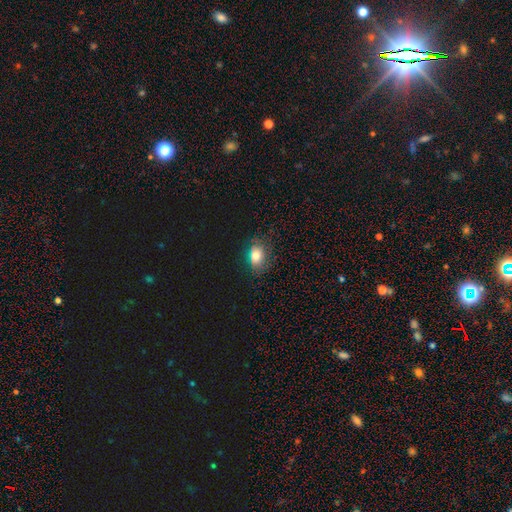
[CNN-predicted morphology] smooth_or_featured: smooth (p=0.75) [alt: star or artifact p=0.16]
how_rounded: in between (p=0.71) [alt: round p=0.27]
merging: none (p=0.78) [alt: minor disturbance p=0.16]